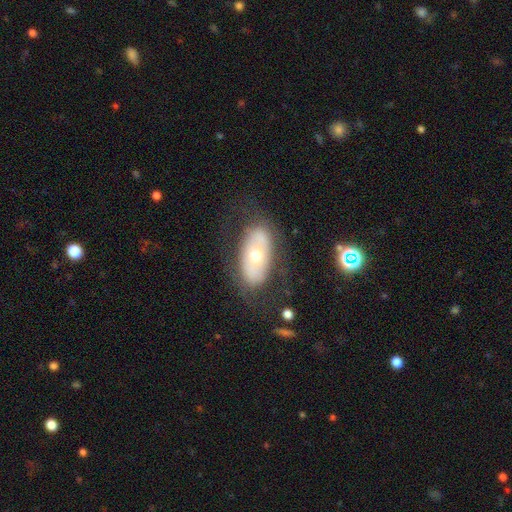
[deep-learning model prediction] smooth_or_featured: featured or disk (p=0.48) [alt: smooth p=0.44]
merging: none (p=0.73) [alt: minor disturbance p=0.16]